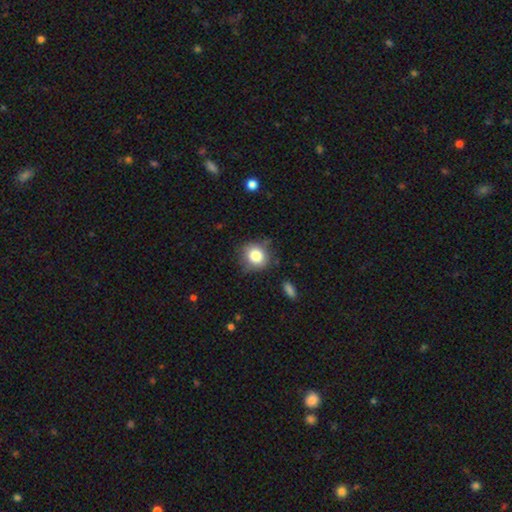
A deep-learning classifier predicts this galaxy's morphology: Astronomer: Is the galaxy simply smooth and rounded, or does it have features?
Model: smooth — 81%.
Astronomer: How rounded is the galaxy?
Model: round — 81%.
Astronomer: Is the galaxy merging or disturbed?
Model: none — 78%.